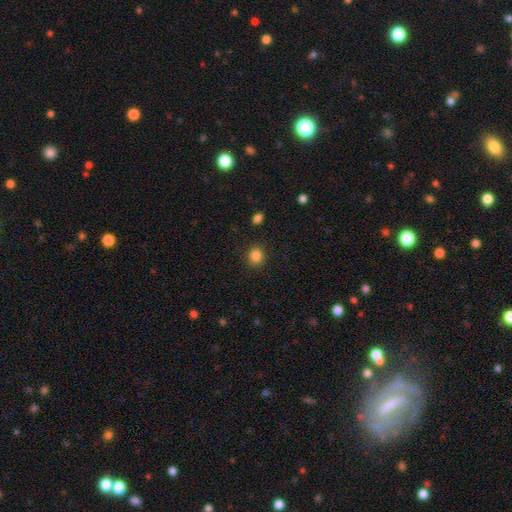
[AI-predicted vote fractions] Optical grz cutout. It shows a smooth galaxy with no disk features (85%) that is round (75%). Merging: none (89%).